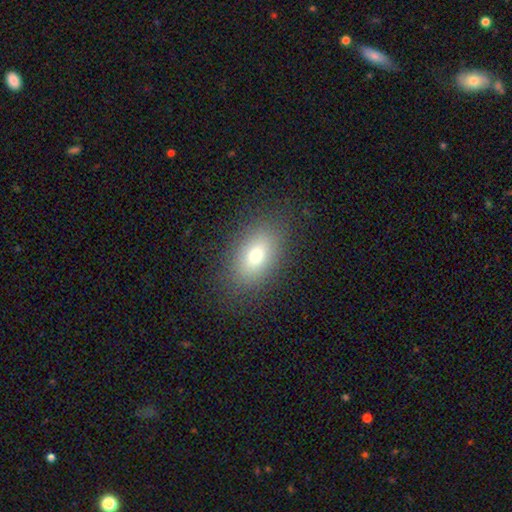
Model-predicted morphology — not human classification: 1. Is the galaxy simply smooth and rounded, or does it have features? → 73% smooth, 16% featured or disk, 12% star or artifact.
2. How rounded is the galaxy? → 84% in between, 12% round, 3% cigar-shaped.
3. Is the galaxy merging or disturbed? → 85% none, 10% minor disturbance, 4% major disturbance, 1% merger.